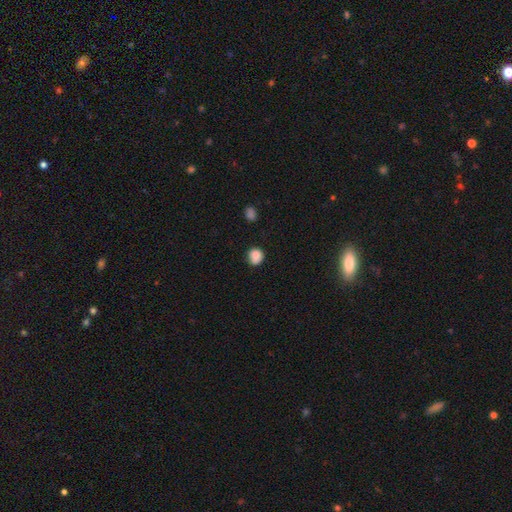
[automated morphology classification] type=smooth (85%); roundness=round (82%); merging=none (68%).